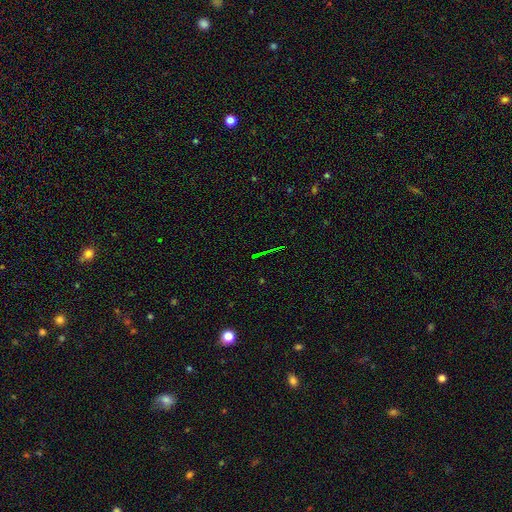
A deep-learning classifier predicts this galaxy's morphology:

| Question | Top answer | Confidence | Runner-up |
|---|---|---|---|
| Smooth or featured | star or artifact | 71% | featured or disk (15%) |